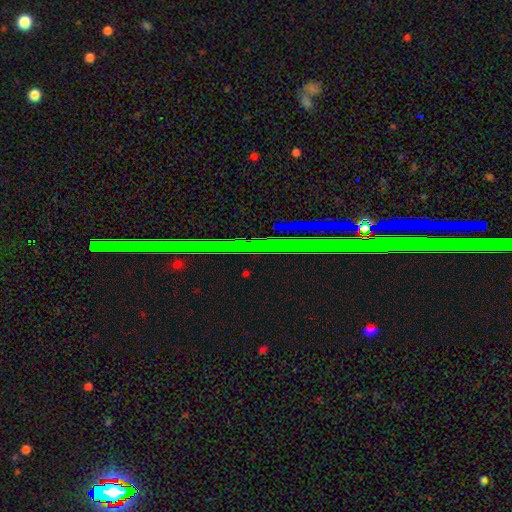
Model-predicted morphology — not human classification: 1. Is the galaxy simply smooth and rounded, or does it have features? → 67% star or artifact, 17% featured or disk, 15% smooth.